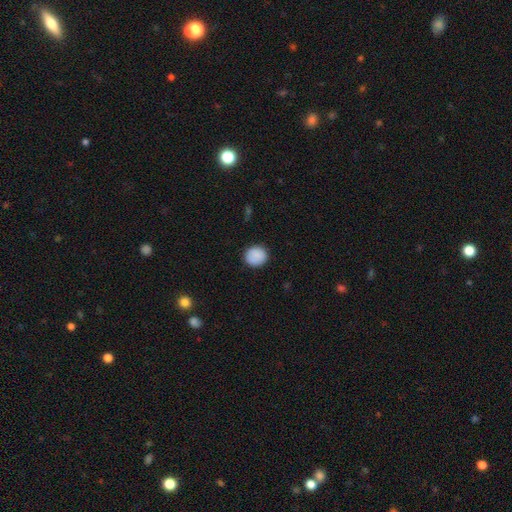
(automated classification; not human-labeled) smooth 89%, star or artifact 7%, featured or disk 4%. Down the decision tree: how rounded — round (85%); merging — none (89%).